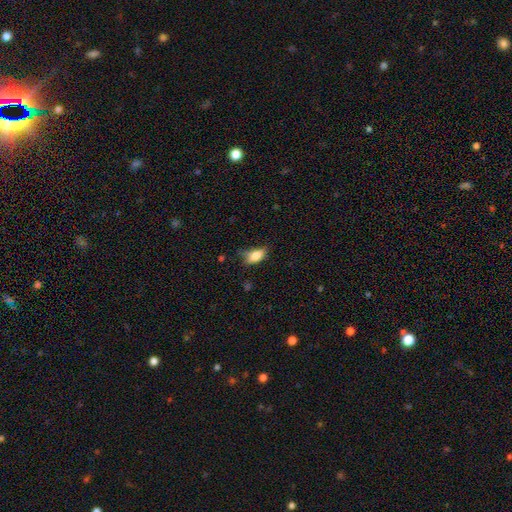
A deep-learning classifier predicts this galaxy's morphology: smooth 78%, featured or disk 13%, star or artifact 9%. Down the decision tree: how rounded — in between (86%); merging — none (46%).